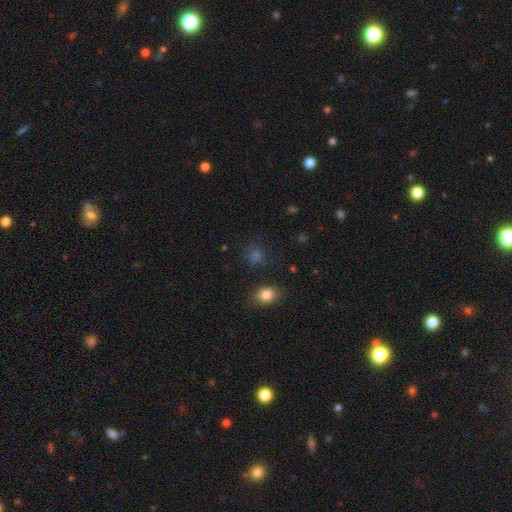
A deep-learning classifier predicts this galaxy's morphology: Q: Smooth or featured?
A: smooth (67%); runner-up: star or artifact (26%)
Q: How rounded?
A: round (70%); runner-up: in between (29%)
Q: Merging?
A: none (81%); runner-up: minor disturbance (11%)